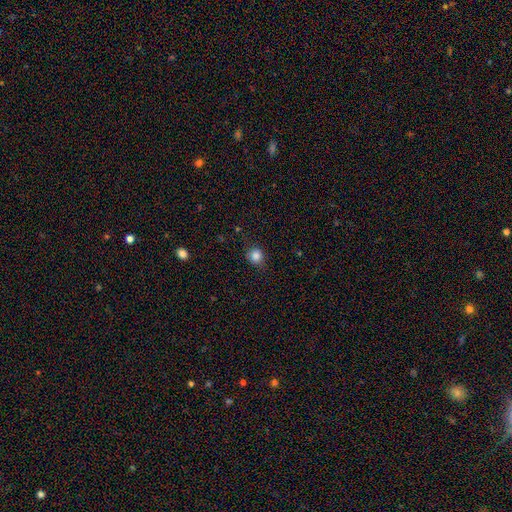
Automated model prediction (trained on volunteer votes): Smooth or featured? smooth (85%)
How rounded? round (86%)
Merging? none (84%)